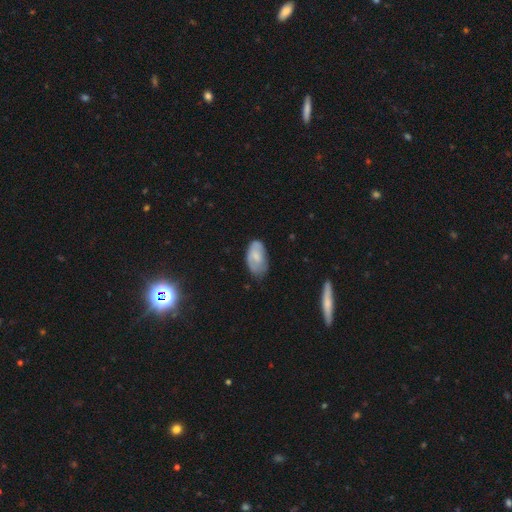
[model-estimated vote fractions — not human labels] The model was most divided on "merging": none: 52%, minor disturbance: 36%, major disturbance: 10%, merger: 2%. More confident: how rounded — in between (93%); smooth or featured — smooth (63%).